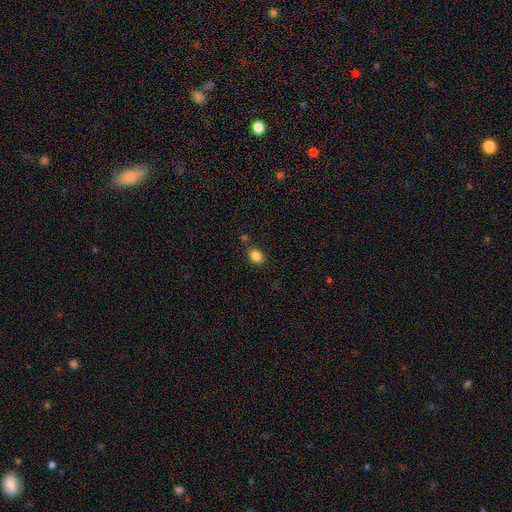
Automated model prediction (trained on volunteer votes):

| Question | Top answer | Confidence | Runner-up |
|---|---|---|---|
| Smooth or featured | smooth | 85% | star or artifact (11%) |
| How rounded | round | 56% | in between (43%) |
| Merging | none | 79% | minor disturbance (11%) |